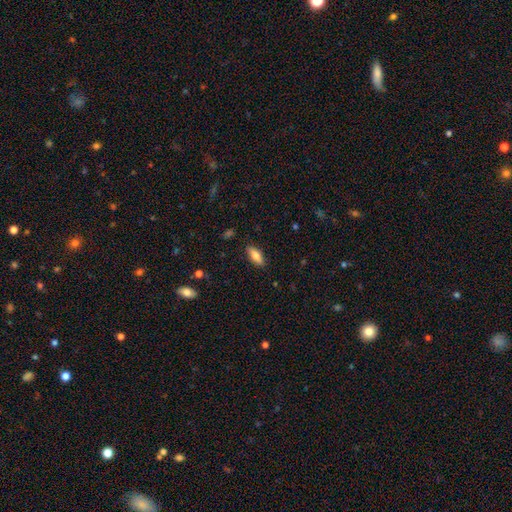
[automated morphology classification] Smooth or featured?
  - smooth: 76% *
  - featured or disk: 17%
  - star or artifact: 7%
How rounded?
  - in between: 72% *
  - cigar-shaped: 26%
  - round: 2%
Merging?
  - none: 87% *
  - minor disturbance: 9%
  - major disturbance: 2%
  - merger: 1%